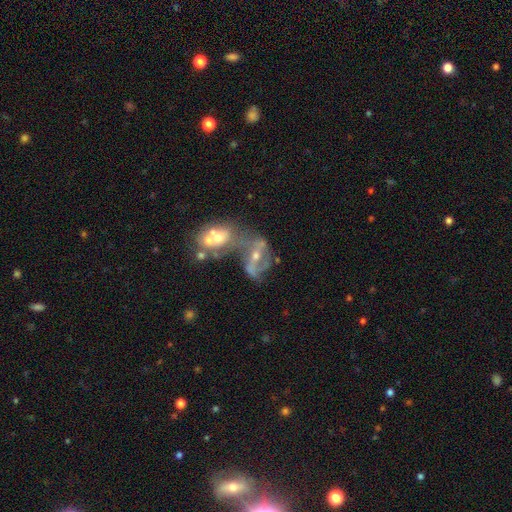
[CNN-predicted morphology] featured or disk 69%, smooth 18%, star or artifact 13%. Down the decision tree: edge-on disk — no (95%); bar — no (50%); spiral arms — yes (58%); bulge size — moderate (51%); merging — merger (62%).